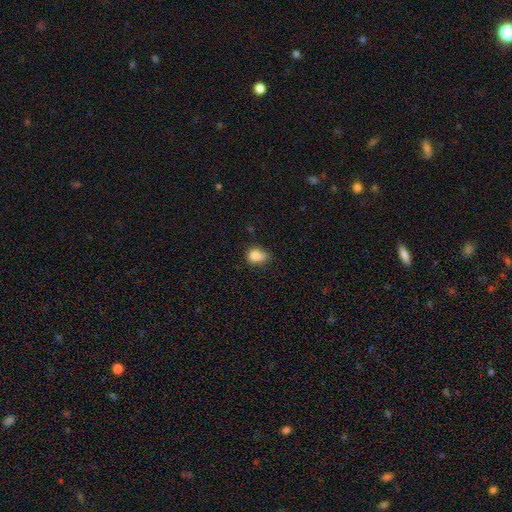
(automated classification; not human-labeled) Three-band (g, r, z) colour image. It shows a smooth galaxy with no disk features (85%) that is in between round and cigar-shaped (61%). Merging: none (48%).